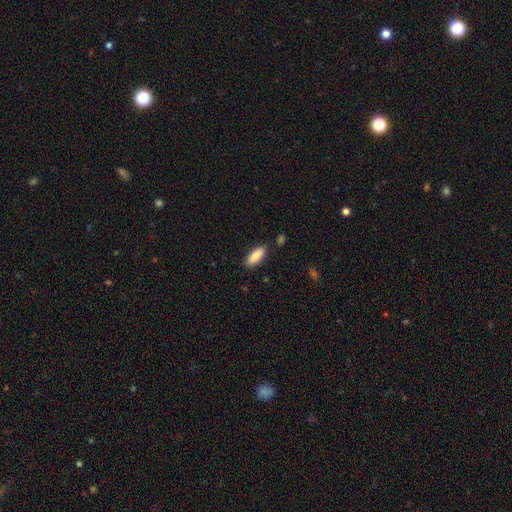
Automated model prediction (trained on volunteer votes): smooth_or_featured: smooth (p=0.87) [alt: featured or disk p=0.07]
how_rounded: in between (p=0.72) [alt: cigar-shaped p=0.26]
merging: none (p=0.86) [alt: minor disturbance p=0.10]